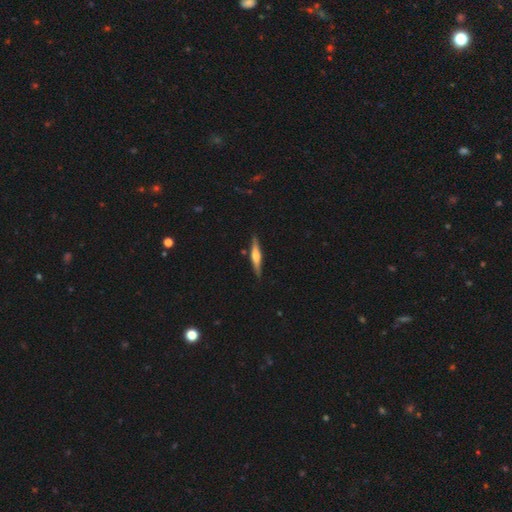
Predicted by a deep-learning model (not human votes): The model was most divided on "smooth or featured": featured or disk: 61%, smooth: 33%, star or artifact: 5%. More confident: edge-on disk — yes (97%); merging — none (88%); edge-on bulge — rounded (83%).